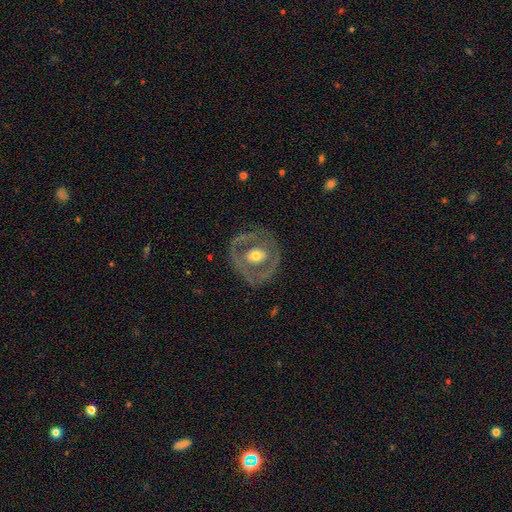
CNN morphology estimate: type=featured or disk (64%); edge-on=no (95%); bar=no (73%); spiral arms=no (74%); bulge=moderate (71%); merging=none (73%).